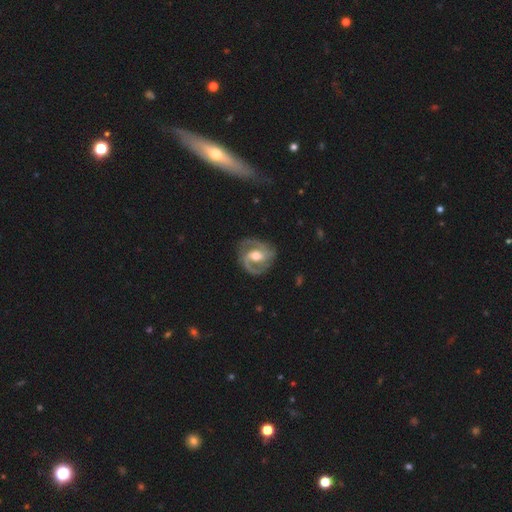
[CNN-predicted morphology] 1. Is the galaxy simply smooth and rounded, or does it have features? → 88% featured or disk, 8% smooth, 4% star or artifact.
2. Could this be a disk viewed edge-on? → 98% no, 2% yes.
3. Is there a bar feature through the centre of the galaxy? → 45% weak, 31% no, 24% strong.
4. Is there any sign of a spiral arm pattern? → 96% yes, 4% no.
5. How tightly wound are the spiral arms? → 51% medium, 35% tight, 14% loose.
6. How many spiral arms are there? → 66% 2, 18% 3, 7% can't tell, 4% 1, 3% 4, 2% more than 4.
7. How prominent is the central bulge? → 75% moderate, 13% small, 10% large, 1% none, 1% dominant.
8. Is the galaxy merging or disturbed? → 77% none, 16% minor disturbance, 6% major disturbance, 1% merger.